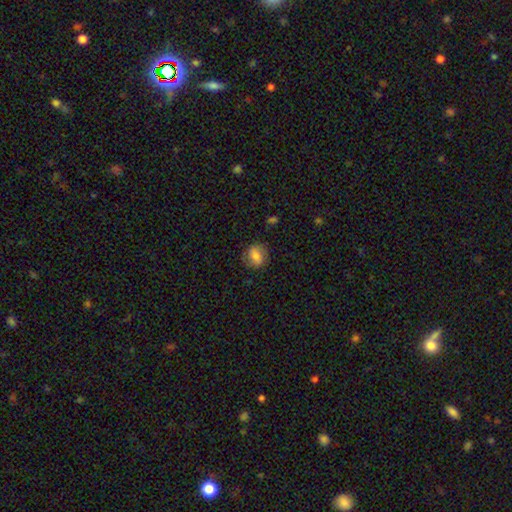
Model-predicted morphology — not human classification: Smooth or featured?
  - smooth: 74% *
  - featured or disk: 17%
  - star or artifact: 9%
How rounded?
  - round: 65% *
  - in between: 34%
  - cigar-shaped: 1%
Merging?
  - none: 78% *
  - minor disturbance: 16%
  - major disturbance: 5%
  - merger: 1%